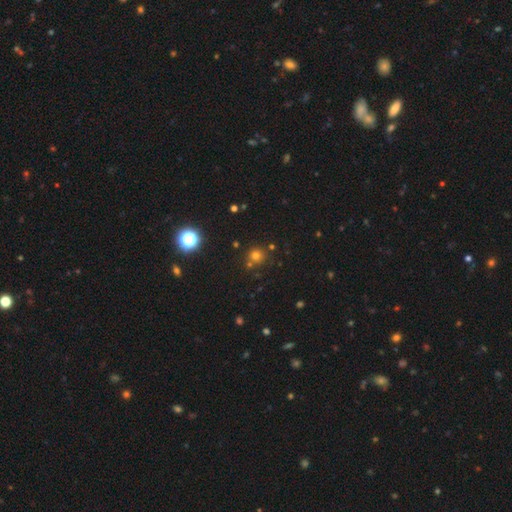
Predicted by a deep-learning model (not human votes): Smooth or featured? smooth (67%)
How rounded? round (92%)
Merging? none (78%)